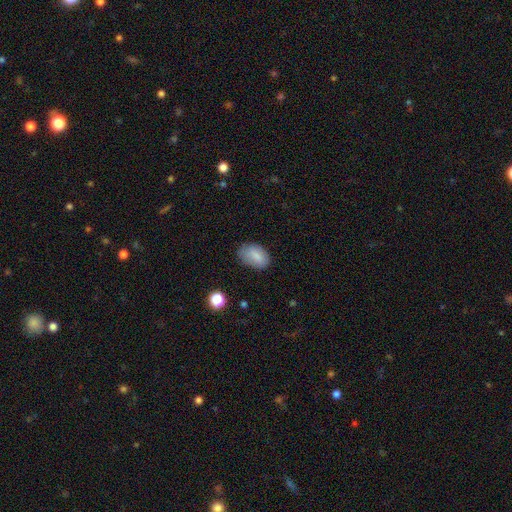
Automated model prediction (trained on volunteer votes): Overall: smooth (82%). How rounded: in between (89%). Merging: none (71%).